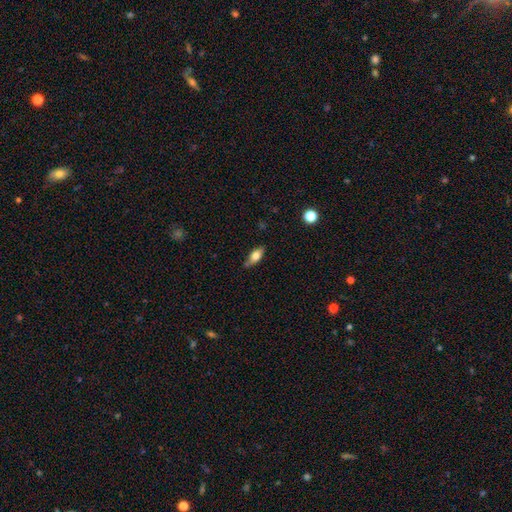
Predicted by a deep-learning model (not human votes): Morphology: type=smooth (69%); roundness=in between (79%); merging=none (76%).